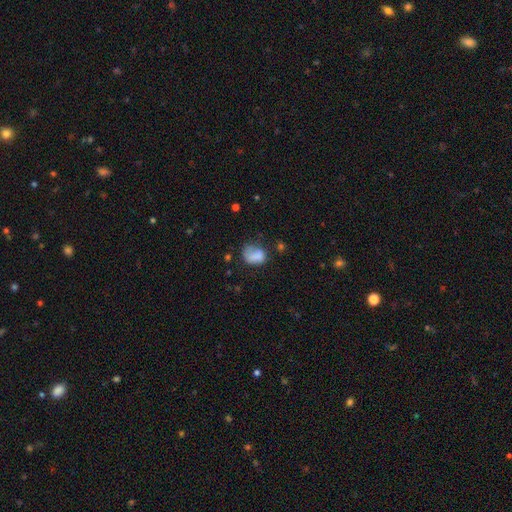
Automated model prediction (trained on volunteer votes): smooth_or_featured: smooth (p=0.76) [alt: featured or disk p=0.14]
how_rounded: in between (p=0.64) [alt: round p=0.35]
merging: none (p=0.38) [alt: minor disturbance p=0.32]